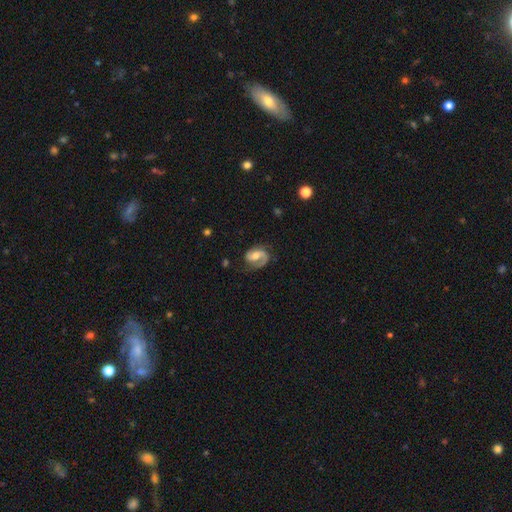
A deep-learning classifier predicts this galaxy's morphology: Overall: featured or disk (83%). Edge-on disk: no (98%). Bar: weak (43%; no 41%). Spiral arms: yes (96%). Spiral arm count: 2 (67%; 1 28%). Spiral winding: medium (49%; loose 28%). Bulge size: moderate (64%; small 25%). Merging: none (66%).